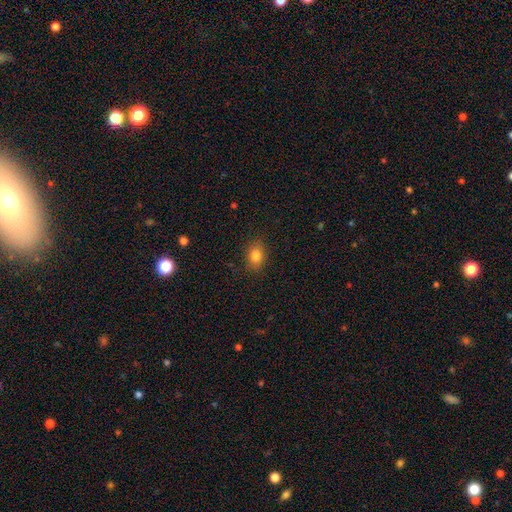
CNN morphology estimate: Overall: smooth (82%). How rounded: in between (67%; round 32%). Merging: none (87%).